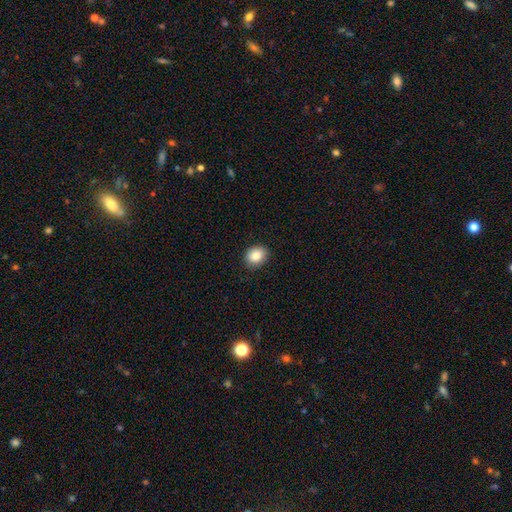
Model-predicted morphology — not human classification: A smooth galaxy with no disk features (86%) that is in between round and cigar-shaped (57%). Merging: none (88%).